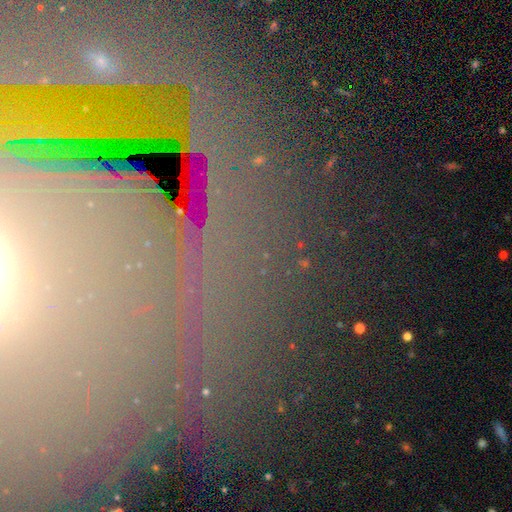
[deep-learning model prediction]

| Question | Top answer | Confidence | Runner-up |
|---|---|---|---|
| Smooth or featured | star or artifact | 49% | featured or disk (32%) |